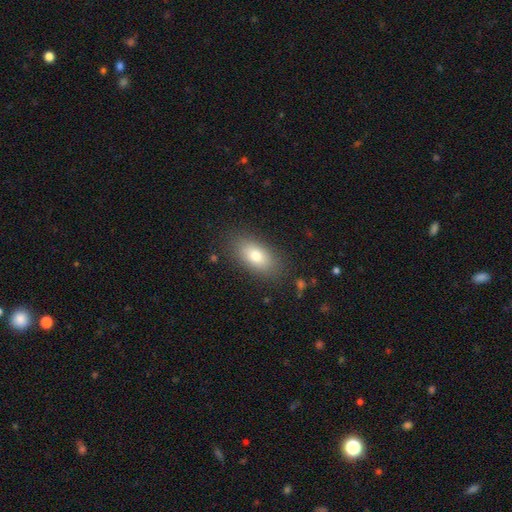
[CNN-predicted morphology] The model was most divided on "smooth or featured": smooth: 78%, featured or disk: 14%, star or artifact: 8%. More confident: how rounded — in between (88%); merging — none (84%).